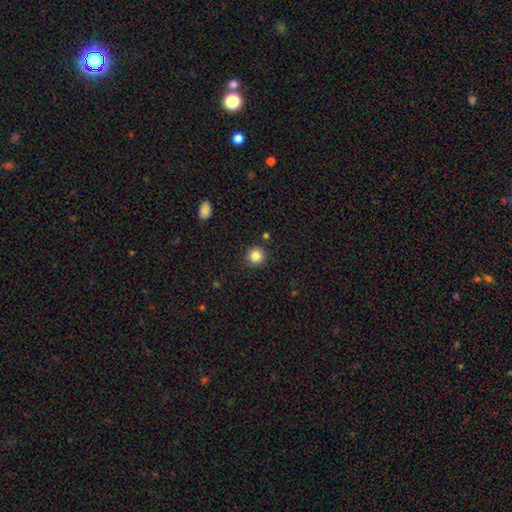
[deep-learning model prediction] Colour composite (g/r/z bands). It shows a smooth galaxy with no disk features (85%) that is round (94%). Merging: none (89%).